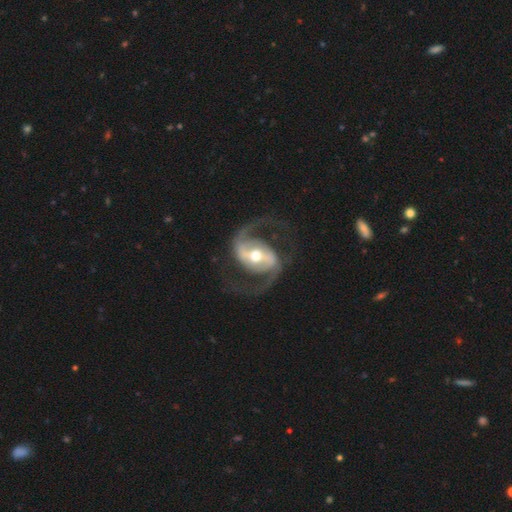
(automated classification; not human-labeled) Morphology: type=featured or disk (92%); edge-on=no (98%); bar=strong (53%); spiral arms=yes (97%); winding=medium (57%); arm count=2 (94%); bulge=moderate (72%); merging=none (80%).